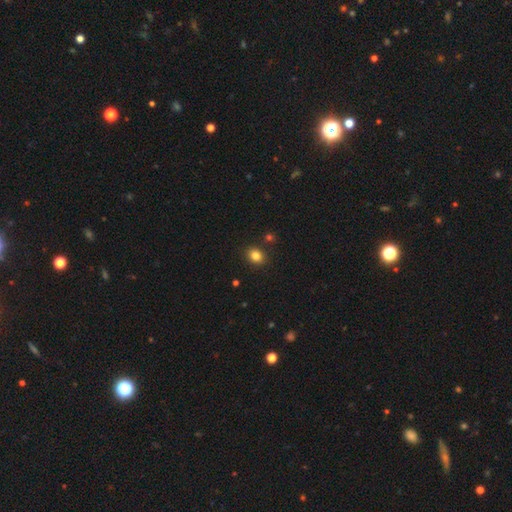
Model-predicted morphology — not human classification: This appears to be a smooth galaxy with no disk features (83%) that is round (59%). Merging: none (86%).